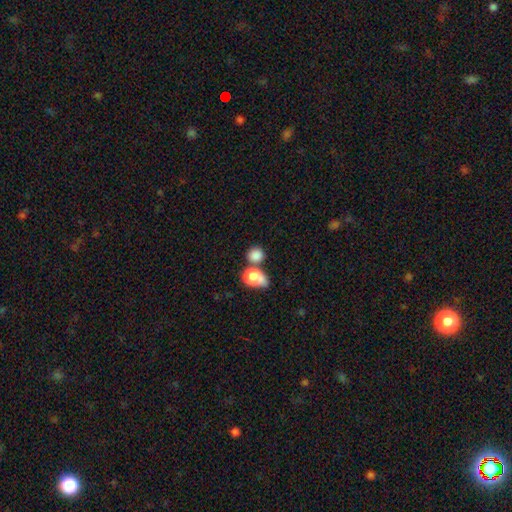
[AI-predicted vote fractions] Overall: smooth (83%). How rounded: round (67%; in between 31%). Merging: none (44%; merger 38%).